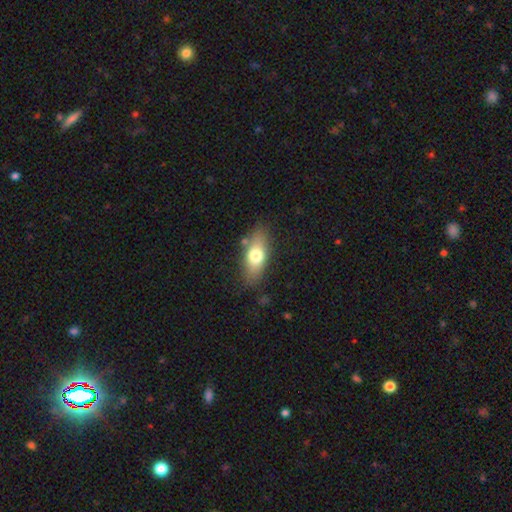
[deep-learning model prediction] Q: Smooth or featured?
A: smooth (71%); runner-up: featured or disk (22%)
Q: How rounded?
A: in between (79%); runner-up: cigar-shaped (15%)
Q: Merging?
A: none (79%); runner-up: minor disturbance (14%)